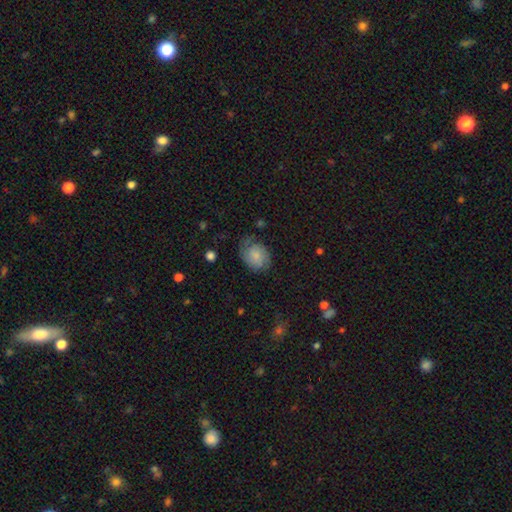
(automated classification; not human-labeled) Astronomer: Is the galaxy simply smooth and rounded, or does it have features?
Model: smooth — 69%.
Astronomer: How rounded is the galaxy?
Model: in between — 51% (runner-up: round, 48%).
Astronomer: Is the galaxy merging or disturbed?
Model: none — 51% (runner-up: minor disturbance, 31%).